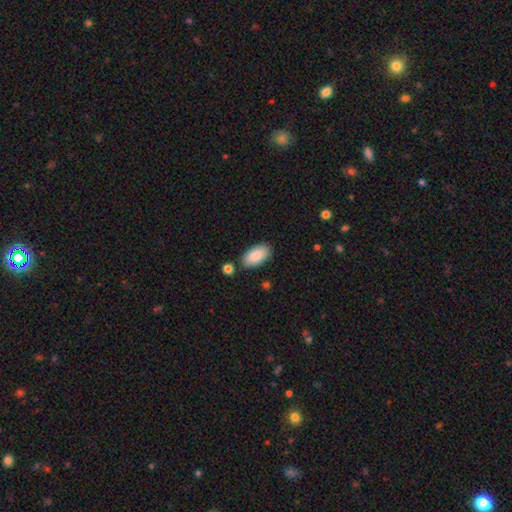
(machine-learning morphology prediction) smooth 88%, star or artifact 6%, featured or disk 6%. Down the decision tree: how rounded — in between (95%); merging — none (83%).